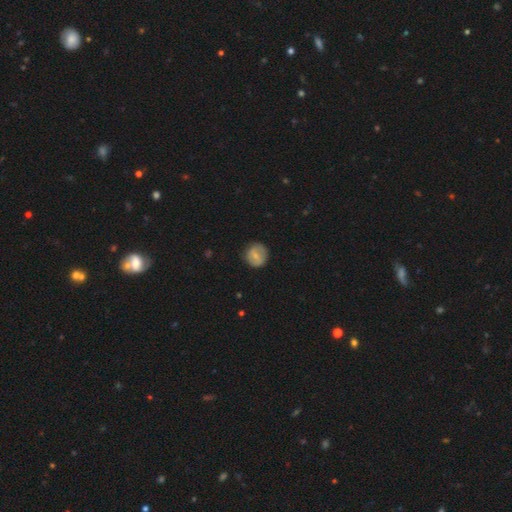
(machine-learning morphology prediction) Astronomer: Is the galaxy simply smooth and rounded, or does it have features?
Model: smooth — 59%.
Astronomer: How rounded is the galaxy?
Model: round — 86%.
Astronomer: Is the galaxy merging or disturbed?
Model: none — 83%.